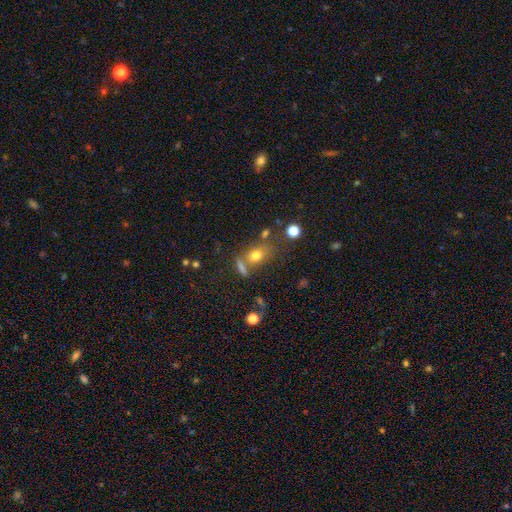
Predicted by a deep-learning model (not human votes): smooth 72%, star or artifact 15%, featured or disk 13%. Down the decision tree: how rounded — in between (64%); merging — none (54%).